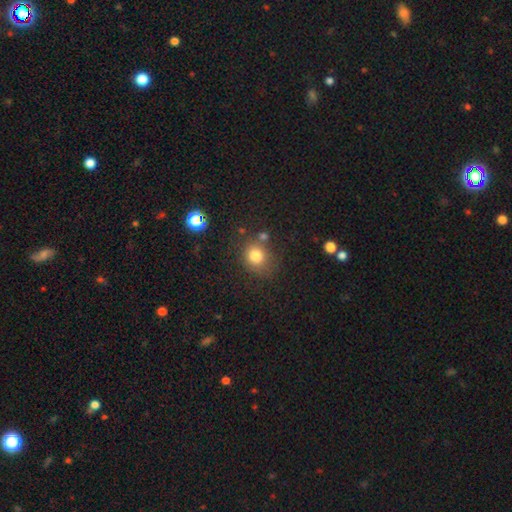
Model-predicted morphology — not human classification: Smooth or featured? smooth (80%)
How rounded? round (77%)
Merging? none (69%)